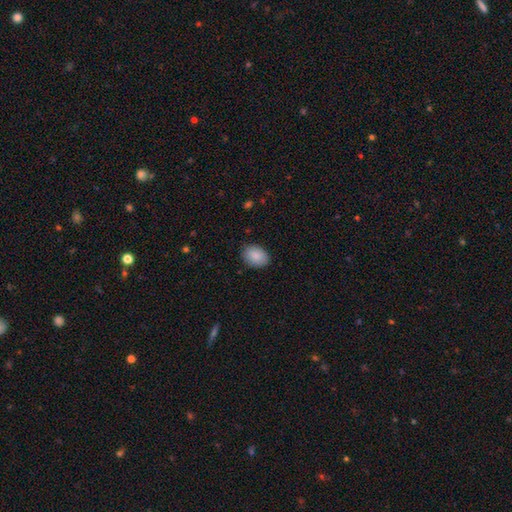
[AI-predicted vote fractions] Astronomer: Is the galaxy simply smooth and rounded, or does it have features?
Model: smooth — 89%.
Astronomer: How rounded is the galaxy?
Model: in between — 74%.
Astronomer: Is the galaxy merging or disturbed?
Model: none — 85%.